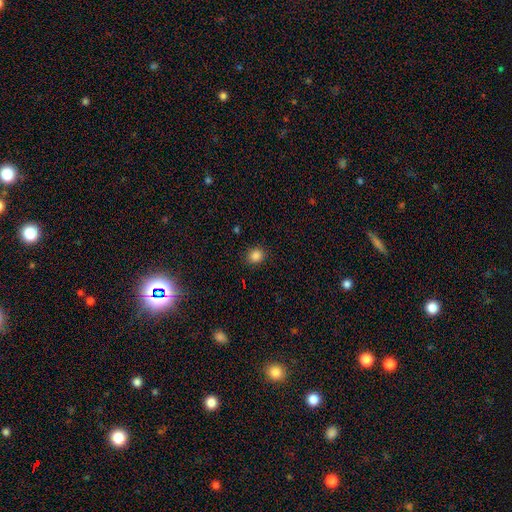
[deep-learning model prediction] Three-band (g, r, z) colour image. It shows a smooth galaxy with no disk features (85%) that is round (69%). Merging: none (89%).